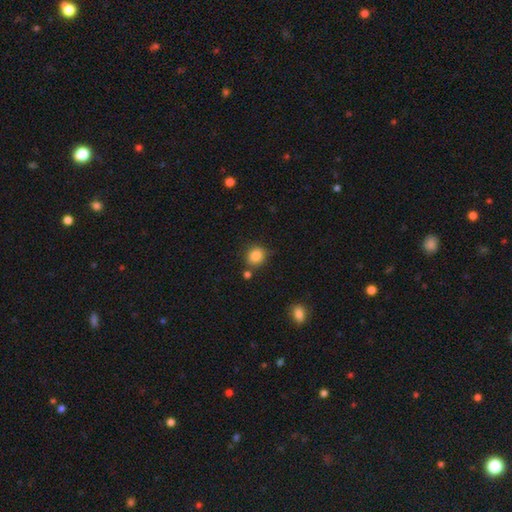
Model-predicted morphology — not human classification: A smooth galaxy with no disk features (86%) that is round (77%).

Vote fractions:
- Smooth or featured? smooth: 86% / star or artifact: 10% / featured or disk: 5%
- How rounded? round: 77% / in between: 22% / cigar-shaped: 1%
- Merging? none: 76% / minor disturbance: 13% / merger: 7% / major disturbance: 3%